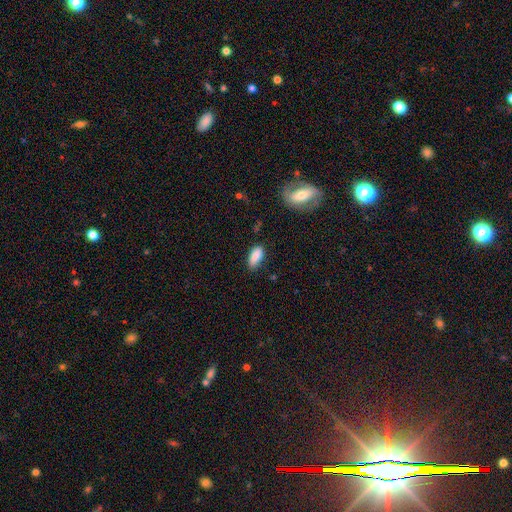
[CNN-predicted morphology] Smooth or featured: smooth — 87% (star or artifact — 7%)
How rounded: in between — 84% (cigar-shaped — 13%)
Merging: none — 75% (minor disturbance — 19%)